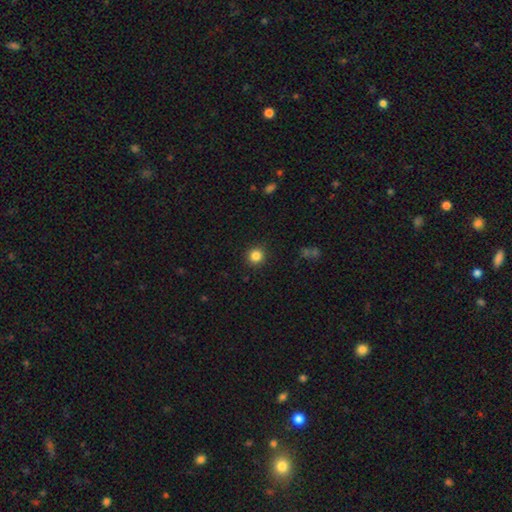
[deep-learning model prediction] Smooth or featured: smooth — 84% (star or artifact — 11%)
How rounded: round — 94% (in between — 5%)
Merging: none — 92% (minor disturbance — 5%)